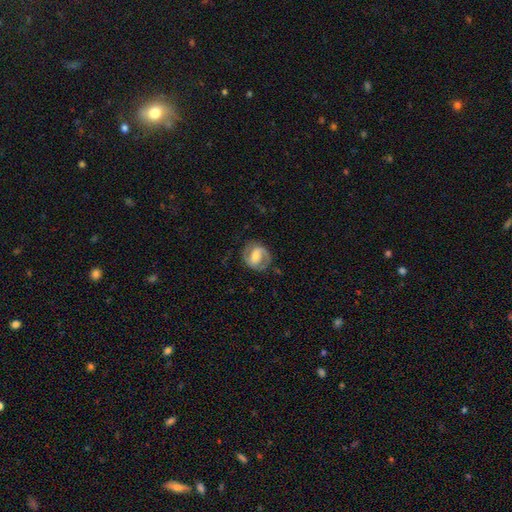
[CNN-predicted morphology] This is likely a featured or disk galaxy (74%). It is clearly not viewed edge-on (98%). Bar: marginally weak (44%). Spiral arm pattern: clearly yes (90%). Spiral arm count: clearly 2 (83%). Spiral winding: possibly medium (49%). Central bulge: marginally moderate (43%). Merging: likely none (74%).